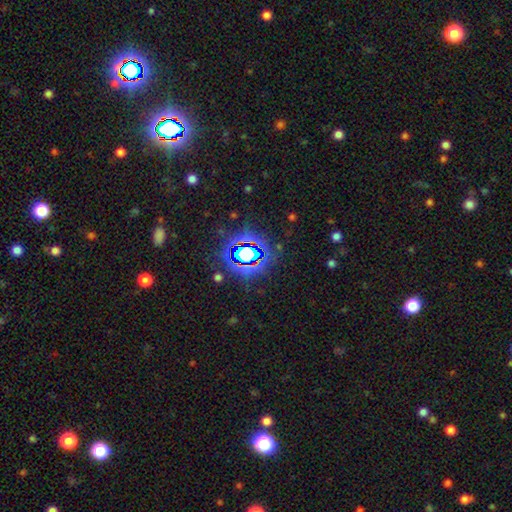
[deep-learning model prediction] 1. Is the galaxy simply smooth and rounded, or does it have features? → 79% star or artifact, 12% smooth, 8% featured or disk.